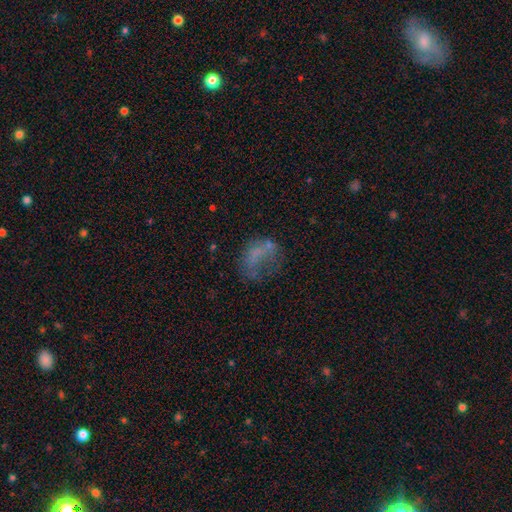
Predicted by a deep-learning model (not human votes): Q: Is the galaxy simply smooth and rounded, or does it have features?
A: smooth — 46%.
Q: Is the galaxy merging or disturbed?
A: major disturbance — 38%.